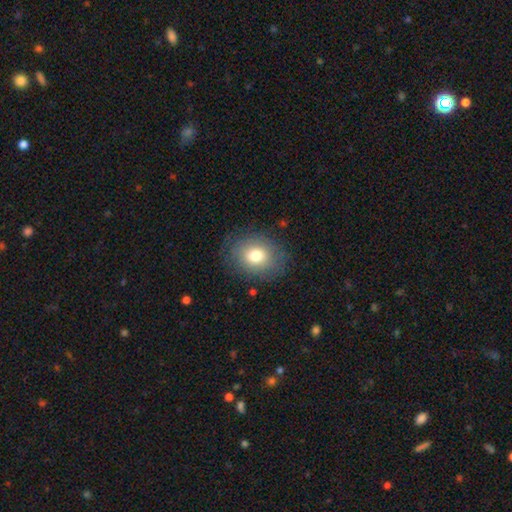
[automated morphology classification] This is likely a smooth galaxy (76%). How rounded: possibly in between (50%). Merging: clearly none (82%).